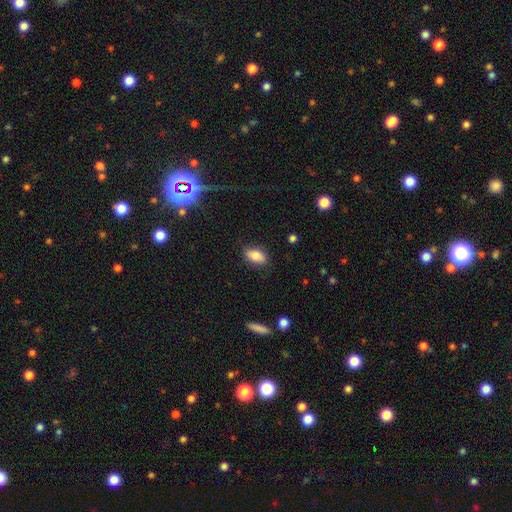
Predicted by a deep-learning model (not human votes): Overall: smooth (82%). How rounded: in between (90%). Merging: none (83%).